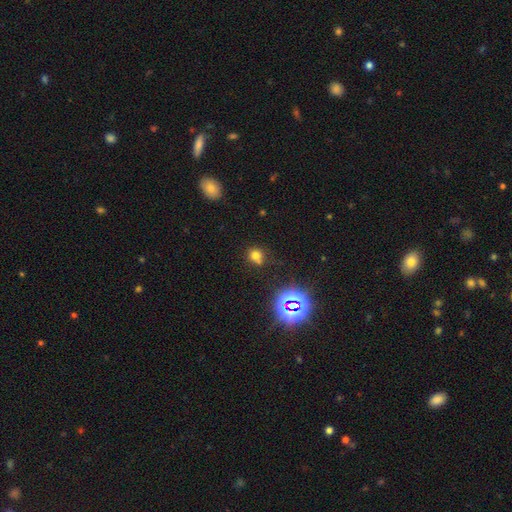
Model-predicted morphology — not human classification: smooth_or_featured: smooth (p=0.66) [alt: star or artifact p=0.24]
how_rounded: round (p=0.83) [alt: in between p=0.16]
merging: none (p=0.57) [alt: merger p=0.24]